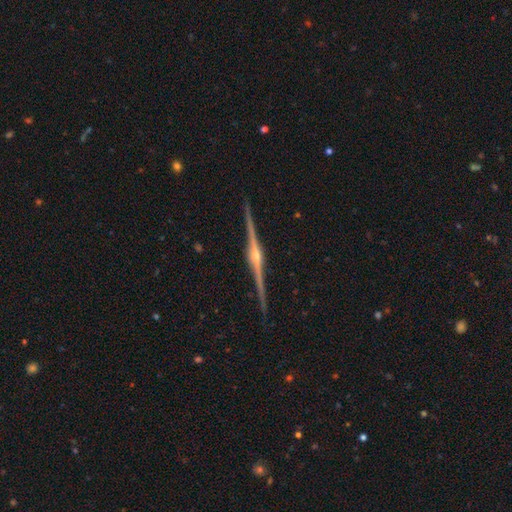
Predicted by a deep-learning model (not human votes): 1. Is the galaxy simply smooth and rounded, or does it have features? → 92% featured or disk, 4% star or artifact, 4% smooth.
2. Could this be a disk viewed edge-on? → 99% yes, 1% no.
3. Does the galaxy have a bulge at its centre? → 88% rounded, 8% boxy, 4% none.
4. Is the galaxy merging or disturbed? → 92% none, 5% minor disturbance, 1% major disturbance, 1% merger.